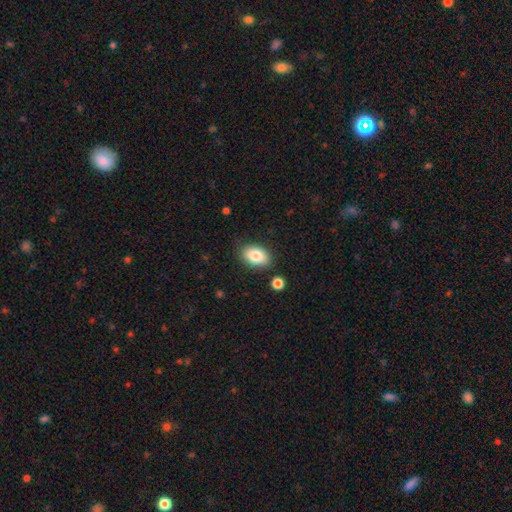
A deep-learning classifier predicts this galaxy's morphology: Smooth or featured: smooth — 84% (featured or disk — 9%)
How rounded: in between — 88% (round — 10%)
Merging: none — 84% (minor disturbance — 10%)